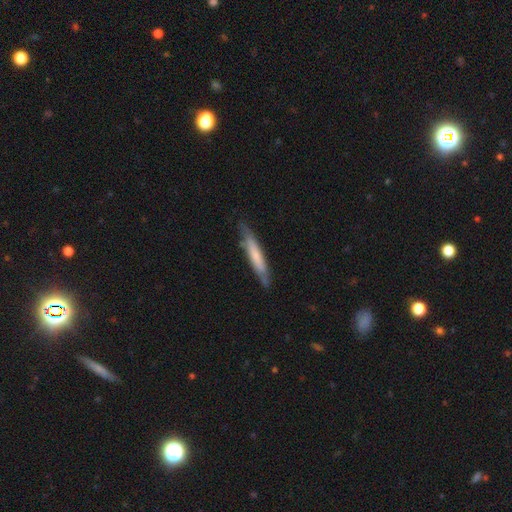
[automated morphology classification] A smooth galaxy with no disk features (58%) that is cigar-shaped (91%).

Vote fractions:
- Smooth or featured? smooth: 58% / featured or disk: 36% / star or artifact: 5%
- How rounded? cigar-shaped: 91% / in between: 7% / round: 1%
- Merging? none: 77% / minor disturbance: 18% / major disturbance: 3% / merger: 2%